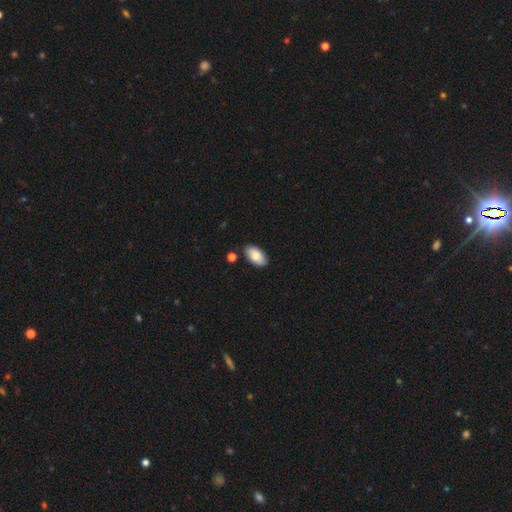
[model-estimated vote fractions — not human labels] smooth 84%, featured or disk 10%, star or artifact 6%. Down the decision tree: how rounded — in between (95%); merging — none (85%).